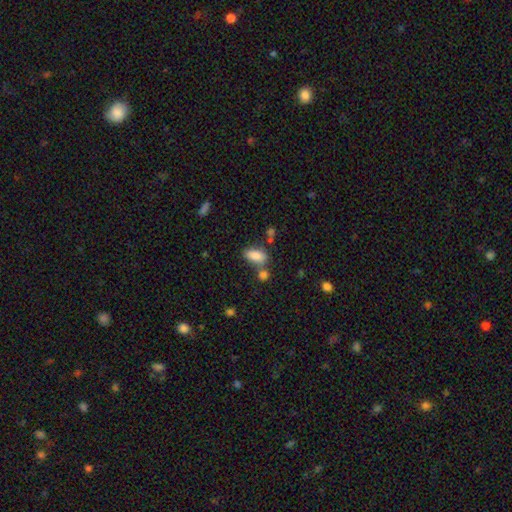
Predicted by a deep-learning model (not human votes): Q: Smooth or featured?
A: smooth (85%); runner-up: star or artifact (8%)
Q: How rounded?
A: in between (89%); runner-up: cigar-shaped (7%)
Q: Merging?
A: none (57%); runner-up: merger (22%)